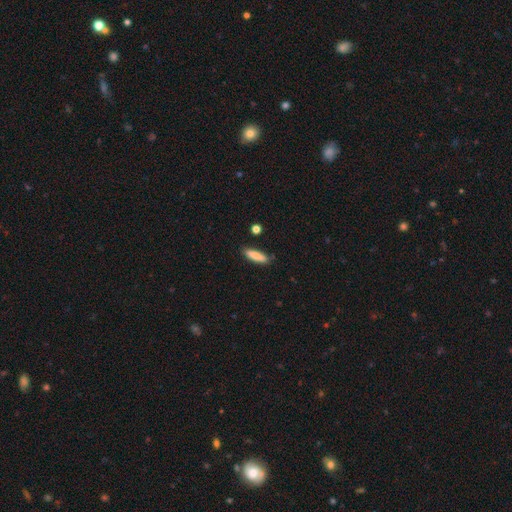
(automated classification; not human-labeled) Morphology: type=smooth (85%); roundness=cigar-shaped (64%); merging=none (85%).